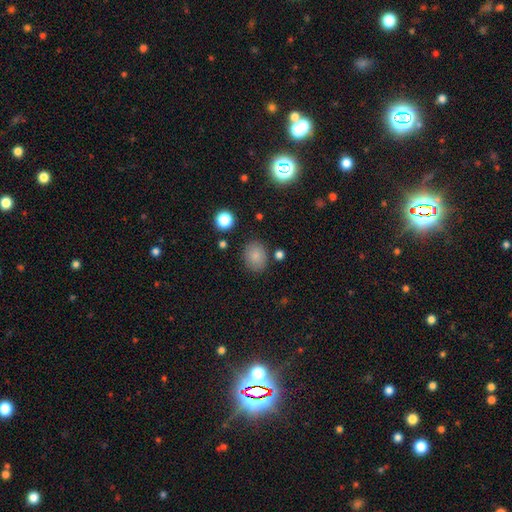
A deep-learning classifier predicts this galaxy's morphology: A smooth galaxy with no disk features (82%) that is round (54%). Merging: none (82%).